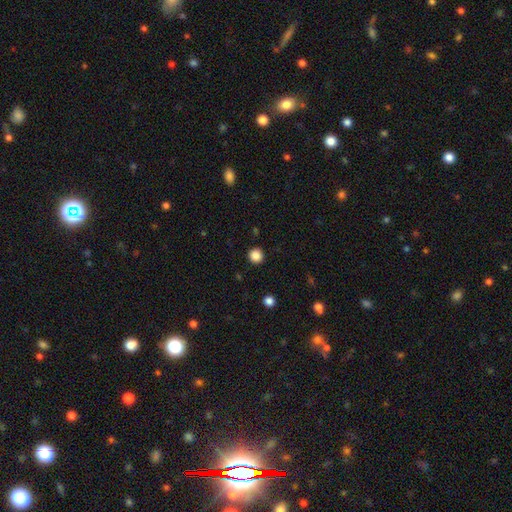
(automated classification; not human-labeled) Smooth or featured?
  - smooth: 86% *
  - star or artifact: 11%
  - featured or disk: 3%
How rounded?
  - round: 95% *
  - in between: 4%
  - cigar-shaped: 1%
Merging?
  - none: 92% *
  - minor disturbance: 5%
  - major disturbance: 2%
  - merger: 1%